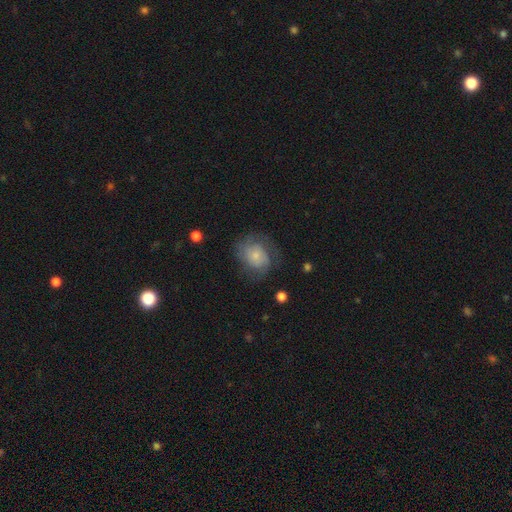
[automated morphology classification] Smooth or featured: featured or disk — 47% (smooth — 45%)
Merging: none — 56% (minor disturbance — 24%)